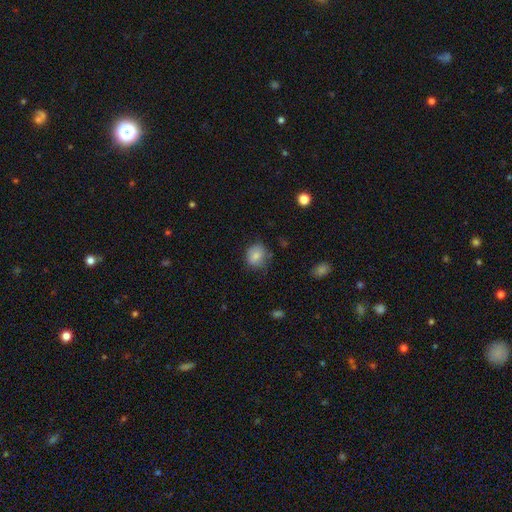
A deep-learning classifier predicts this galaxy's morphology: type=smooth (80%); roundness=round (73%); merging=none (67%).